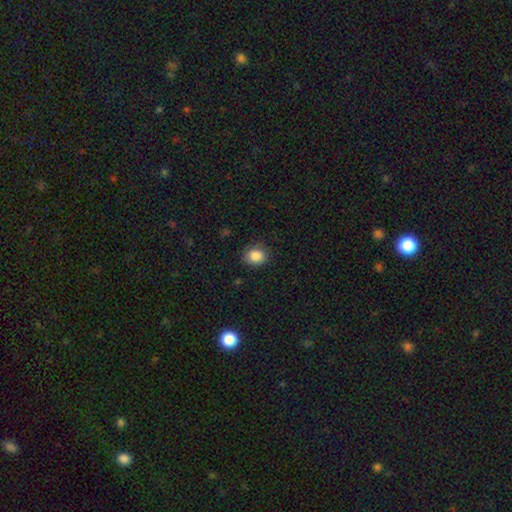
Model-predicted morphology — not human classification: The model was most divided on "how rounded": round: 52%, in between: 47%, cigar-shaped: 1%. More confident: smooth or featured — smooth (86%); merging — none (83%).